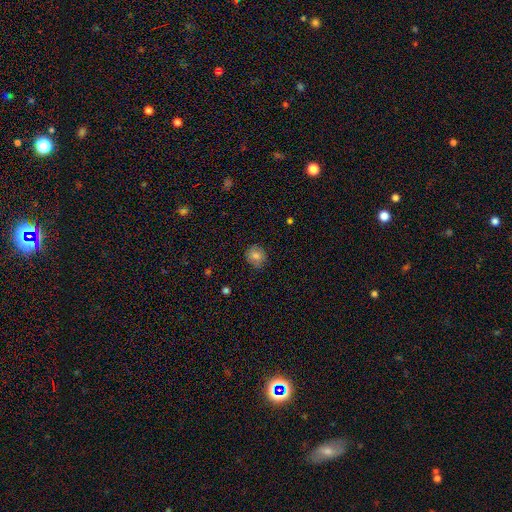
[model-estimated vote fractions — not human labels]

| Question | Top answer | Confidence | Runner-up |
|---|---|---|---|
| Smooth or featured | smooth | 76% | featured or disk (14%) |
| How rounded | round | 81% | in between (18%) |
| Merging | none | 80% | minor disturbance (15%) |